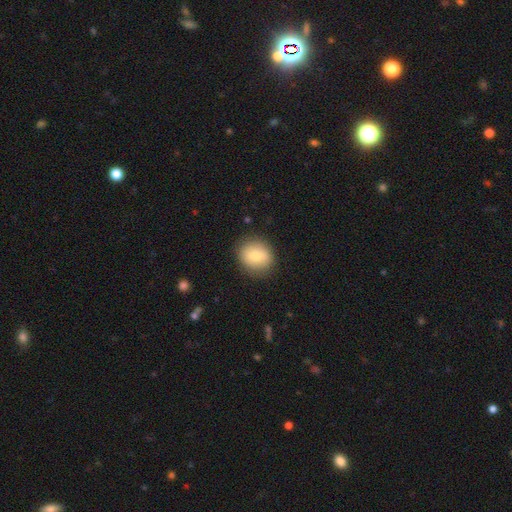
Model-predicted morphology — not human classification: Smooth or featured: smooth — 79% (featured or disk — 14%)
How rounded: round — 76% (in between — 23%)
Merging: none — 85% (minor disturbance — 11%)